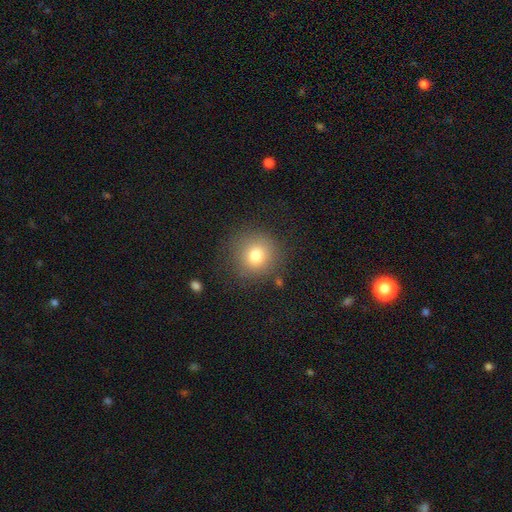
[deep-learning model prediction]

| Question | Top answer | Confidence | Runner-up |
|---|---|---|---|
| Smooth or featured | smooth | 78% | star or artifact (12%) |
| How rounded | round | 92% | in between (7%) |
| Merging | none | 84% | minor disturbance (10%) |